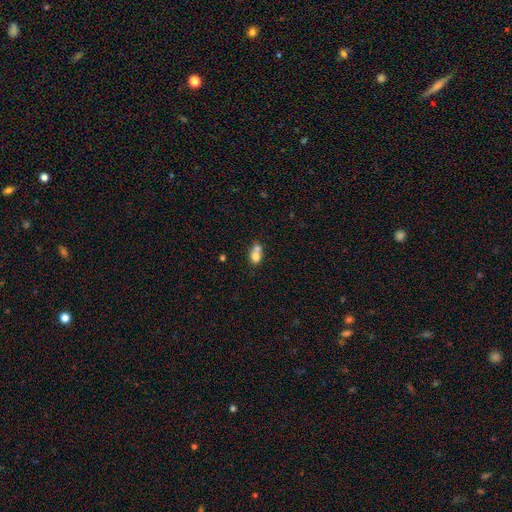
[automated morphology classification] The model was most divided on "how rounded": in between: 54%, round: 44%, cigar-shaped: 2%. More confident: smooth or featured — smooth (71%); merging — merger (62%).